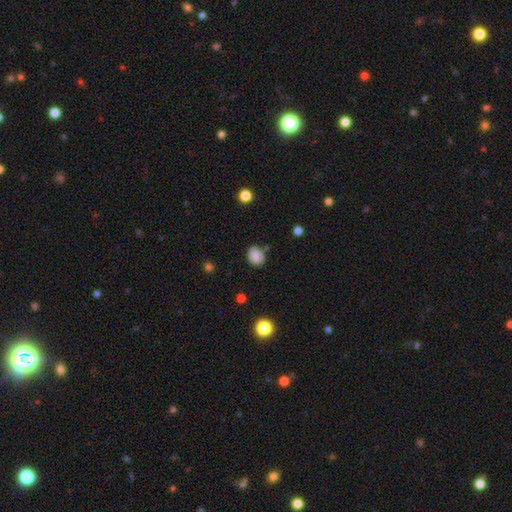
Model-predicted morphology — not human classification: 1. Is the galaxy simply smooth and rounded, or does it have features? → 85% smooth, 10% star or artifact, 4% featured or disk.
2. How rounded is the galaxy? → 53% in between, 46% round, 1% cigar-shaped.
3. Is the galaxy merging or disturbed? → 72% none, 19% minor disturbance, 5% merger, 4% major disturbance.